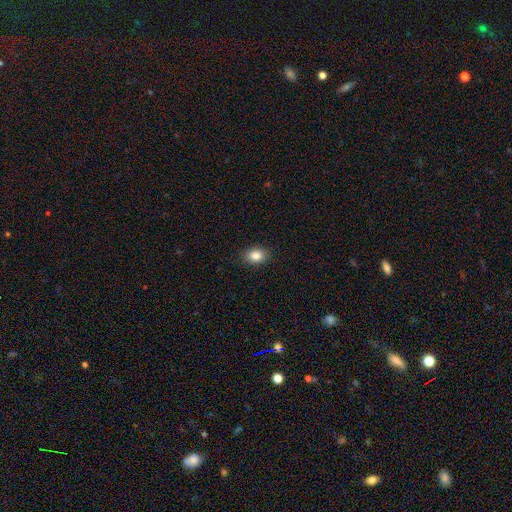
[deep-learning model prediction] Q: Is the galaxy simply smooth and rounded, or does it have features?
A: smooth — 86%.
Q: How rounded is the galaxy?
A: in between — 73%.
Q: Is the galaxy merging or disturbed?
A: none — 89%.